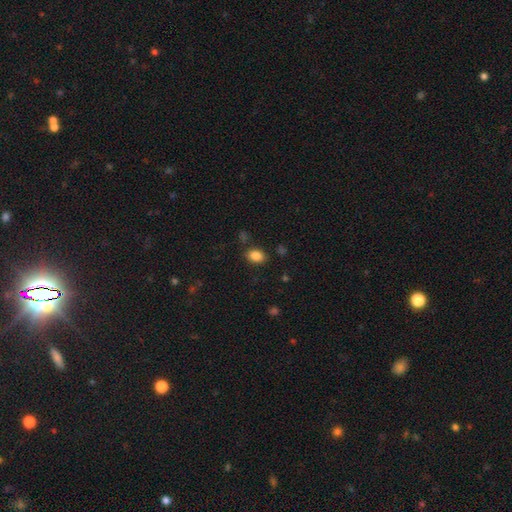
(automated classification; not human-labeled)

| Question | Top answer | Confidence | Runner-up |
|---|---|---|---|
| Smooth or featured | smooth | 86% | star or artifact (10%) |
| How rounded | in between | 77% | round (22%) |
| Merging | none | 83% | minor disturbance (11%) |